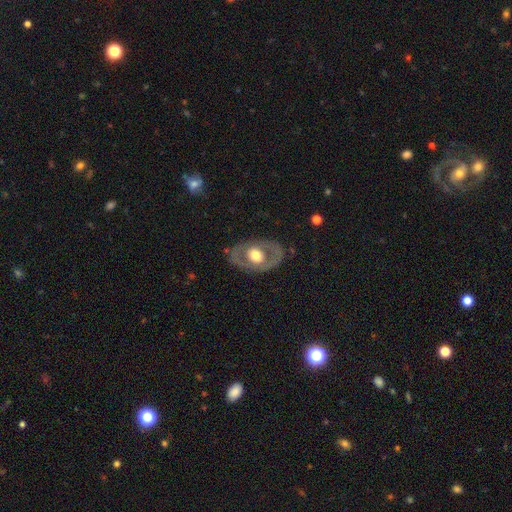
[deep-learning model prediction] Smooth or featured?
  - featured or disk: 60% *
  - smooth: 35%
  - star or artifact: 5%
Edge-on disk?
  - no: 90% *
  - yes: 10%
Bar?
  - no: 83% *
  - weak: 13%
  - strong: 4%
Spiral arms?
  - no: 81% *
  - yes: 19%
Bulge size?
  - moderate: 50% *
  - large: 42%
  - small: 4%
  - dominant: 3%
  - none: 1%
Merging?
  - none: 78% *
  - minor disturbance: 14%
  - major disturbance: 7%
  - merger: 1%